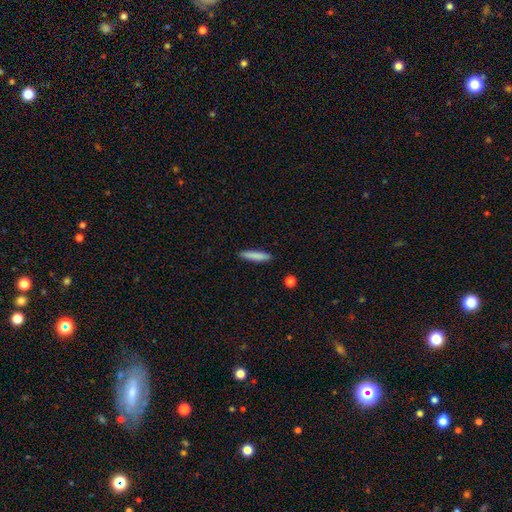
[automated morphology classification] Smooth or featured? smooth (84%)
How rounded? cigar-shaped (88%)
Merging? none (90%)